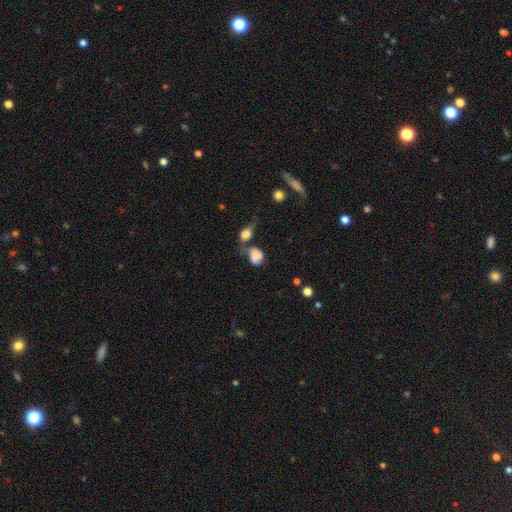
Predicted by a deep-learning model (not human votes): smooth 71%, featured or disk 18%, star or artifact 11%. Down the decision tree: how rounded — in between (49%, tied with round); merging — merger (39%).